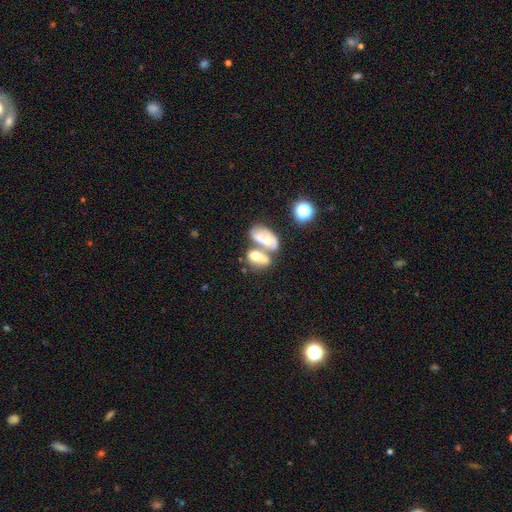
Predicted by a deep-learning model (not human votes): Smooth or featured? smooth (50%)
Merging? merger (66%)